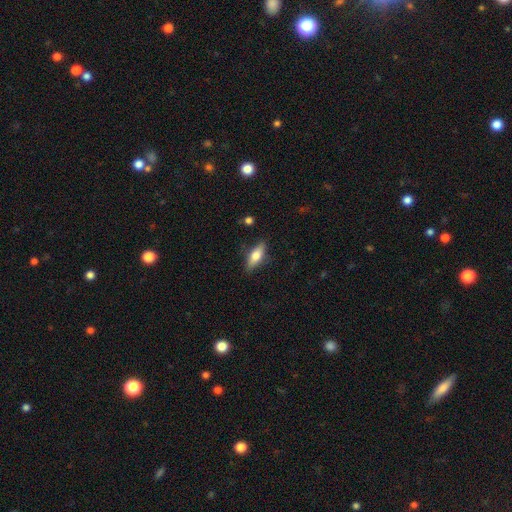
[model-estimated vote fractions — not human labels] Smooth or featured: smooth — 66% (featured or disk — 27%)
How rounded: in between — 65% (cigar-shaped — 32%)
Merging: none — 83% (minor disturbance — 13%)